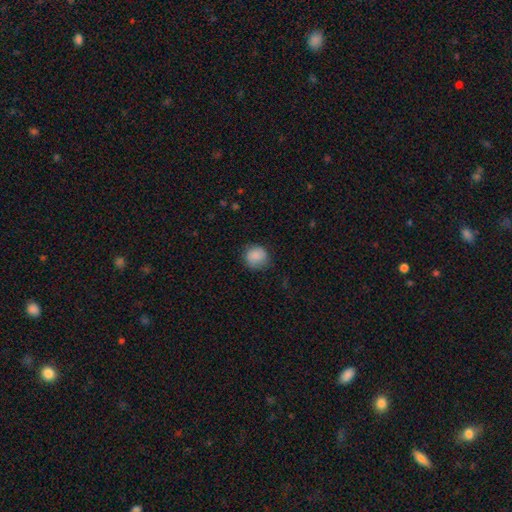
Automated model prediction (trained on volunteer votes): Smooth or featured? Predicted: smooth (p=0.86). How rounded? Predicted: round (p=0.83). Merging? Predicted: none (p=0.73).